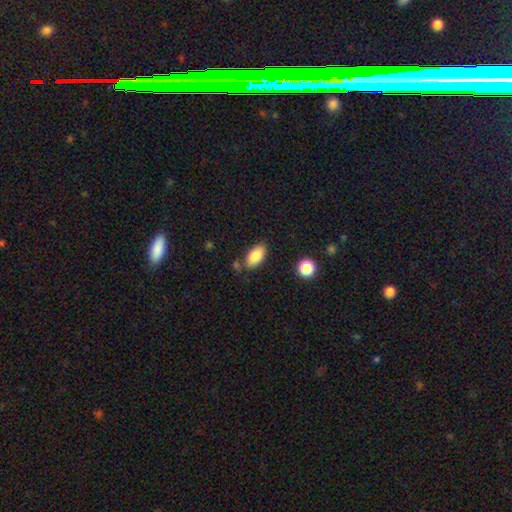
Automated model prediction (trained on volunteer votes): Smooth or featured?
  - smooth: 84% *
  - featured or disk: 9%
  - star or artifact: 8%
How rounded?
  - in between: 93% *
  - round: 4%
  - cigar-shaped: 3%
Merging?
  - none: 78% *
  - minor disturbance: 14%
  - merger: 6%
  - major disturbance: 3%